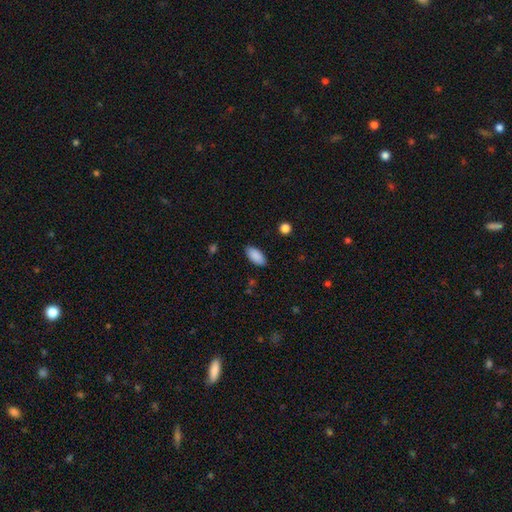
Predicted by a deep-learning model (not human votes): This appears to be a smooth galaxy with no disk features (89%) that is in between round and cigar-shaped (92%). Merging: none (87%).